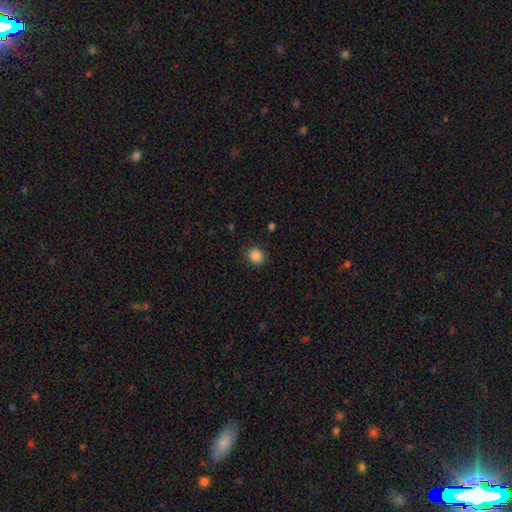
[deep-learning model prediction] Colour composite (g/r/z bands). It shows a smooth galaxy with no disk features (86%) that is round (83%). Merging: none (88%).